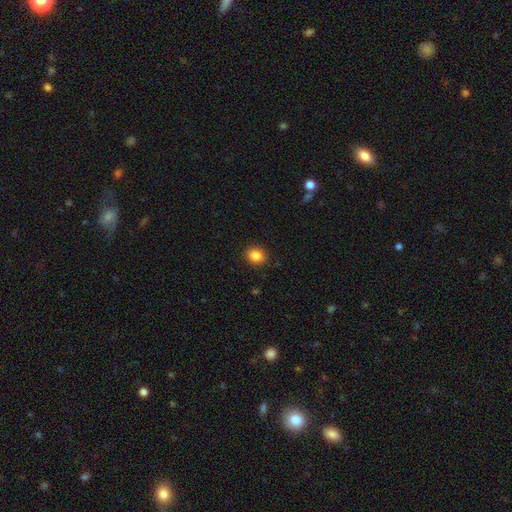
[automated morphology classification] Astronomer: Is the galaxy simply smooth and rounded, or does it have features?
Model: smooth — 86%.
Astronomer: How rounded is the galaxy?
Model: round — 63%.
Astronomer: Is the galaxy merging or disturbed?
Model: none — 90%.